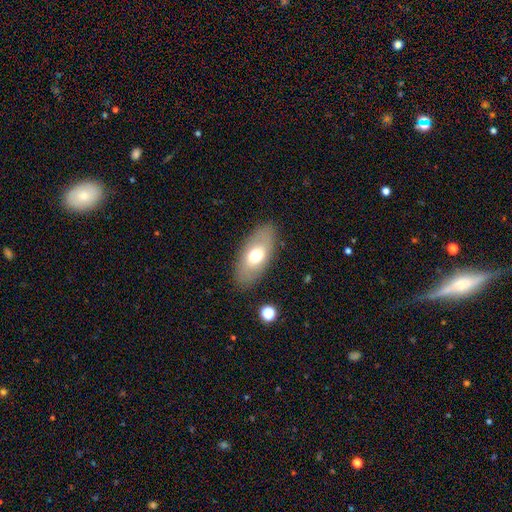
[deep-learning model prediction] Smooth or featured? smooth (62%)
How rounded? in between (90%)
Merging? none (85%)